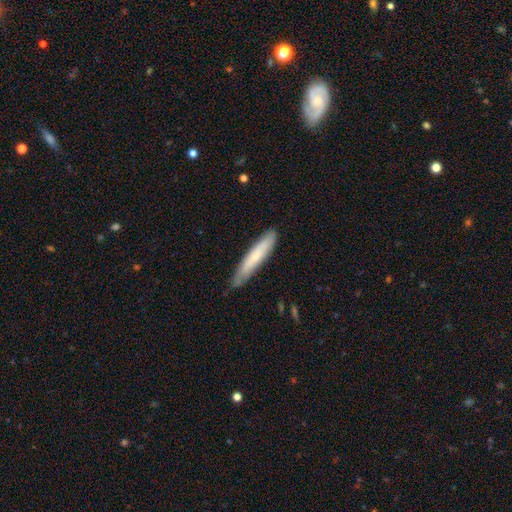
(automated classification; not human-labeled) Smooth or featured: smooth — 67% (featured or disk — 28%)
How rounded: cigar-shaped — 91% (in between — 8%)
Merging: none — 78% (minor disturbance — 18%)